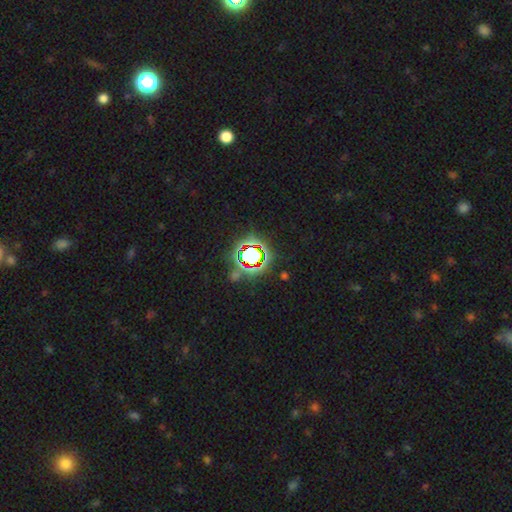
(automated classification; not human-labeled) smooth_or_featured: star or artifact (p=0.79) [alt: smooth p=0.13]